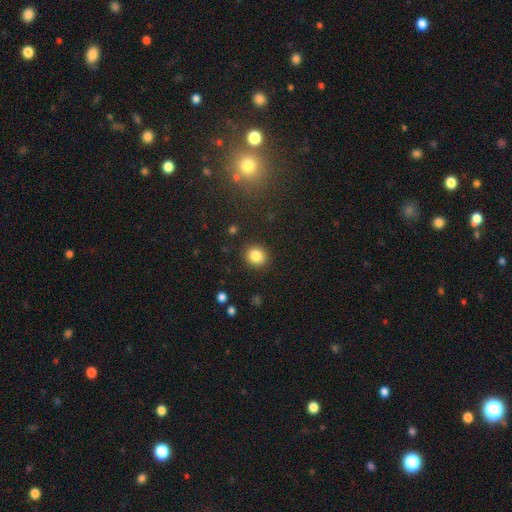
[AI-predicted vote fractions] Smooth or featured?
  - smooth: 83% *
  - star or artifact: 10%
  - featured or disk: 6%
How rounded?
  - round: 82% *
  - in between: 17%
  - cigar-shaped: 1%
Merging?
  - none: 90% *
  - minor disturbance: 7%
  - major disturbance: 2%
  - merger: 1%